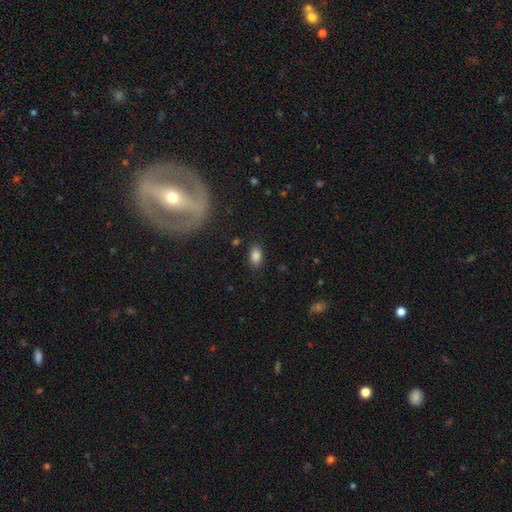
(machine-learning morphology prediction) Smooth or featured?
  - smooth: 85% *
  - star or artifact: 9%
  - featured or disk: 5%
How rounded?
  - in between: 89% *
  - round: 9%
  - cigar-shaped: 2%
Merging?
  - none: 86% *
  - minor disturbance: 10%
  - major disturbance: 3%
  - merger: 1%